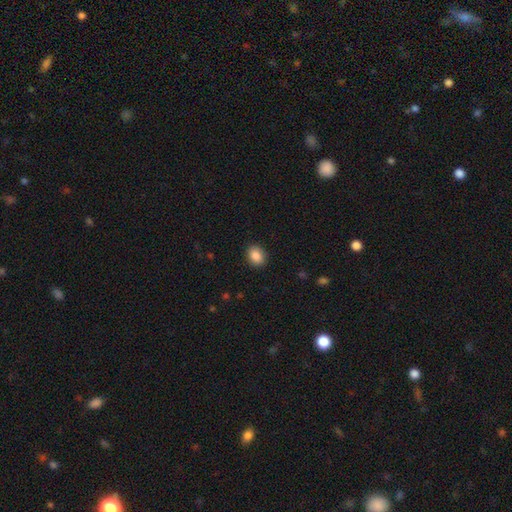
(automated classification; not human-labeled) smooth 88%, star or artifact 8%, featured or disk 4%. Down the decision tree: how rounded — in between (61%); merging — none (90%).